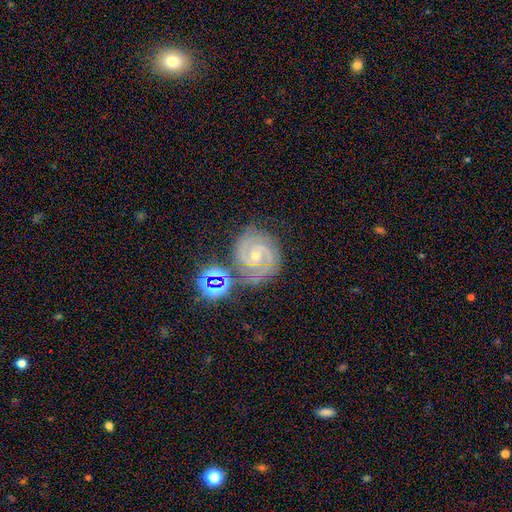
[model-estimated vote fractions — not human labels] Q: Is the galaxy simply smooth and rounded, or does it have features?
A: featured or disk — 89%.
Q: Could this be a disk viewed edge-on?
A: no — 98%.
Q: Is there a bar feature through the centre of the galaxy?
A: no — 53%.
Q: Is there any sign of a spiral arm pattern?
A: yes — 99%.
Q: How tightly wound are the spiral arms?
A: tight — 71%.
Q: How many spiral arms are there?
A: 2 — 69%.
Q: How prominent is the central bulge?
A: small — 66%.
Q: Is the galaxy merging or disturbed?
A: none — 73%.